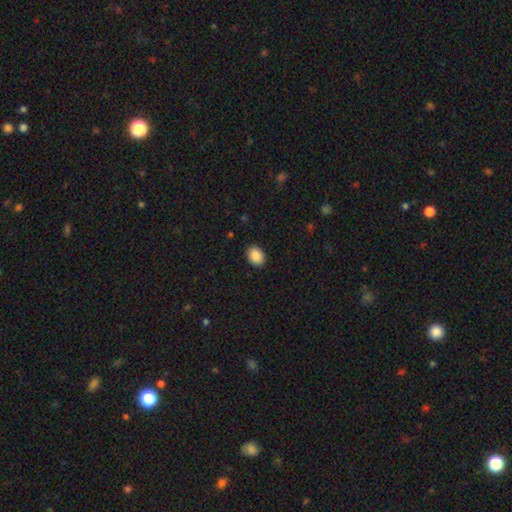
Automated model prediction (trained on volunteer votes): smooth 90%, star or artifact 7%, featured or disk 3%. Down the decision tree: how rounded — in between (75%); merging — none (90%).